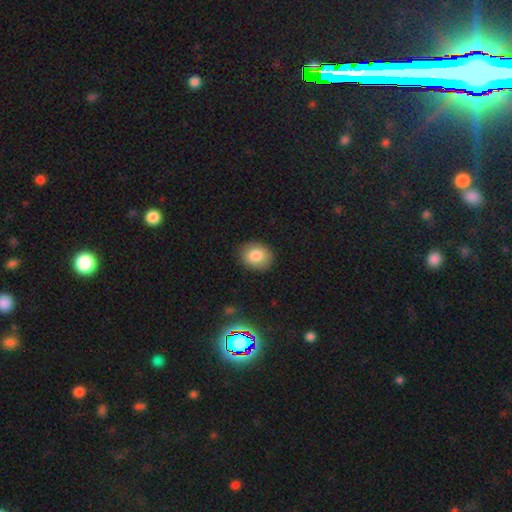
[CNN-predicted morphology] This appears to be a smooth galaxy with no disk features (82%) that is round (54%). Merging: none (86%).